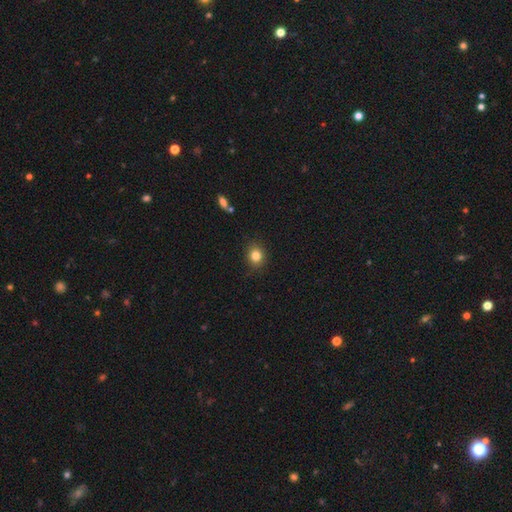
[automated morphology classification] A smooth galaxy with no disk features (83%) that is round (76%). Merging: none (88%).